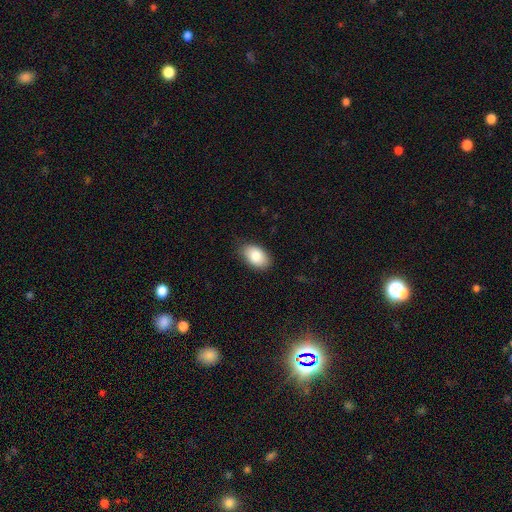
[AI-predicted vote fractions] This is clearly a smooth galaxy (84%). How rounded: clearly in between (92%). Merging: clearly none (82%).